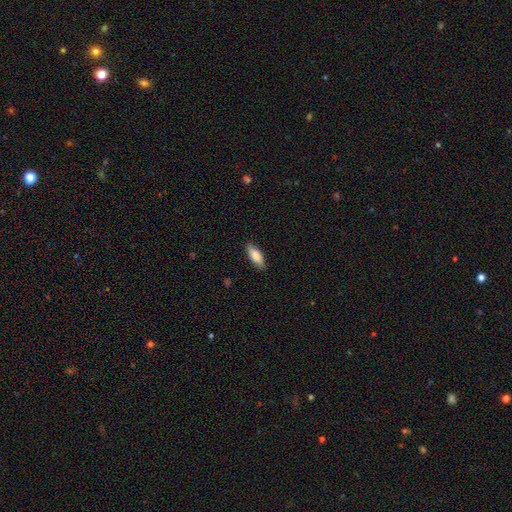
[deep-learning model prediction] This is clearly a smooth galaxy (82%). How rounded: likely in between (73%). Merging: clearly none (87%).